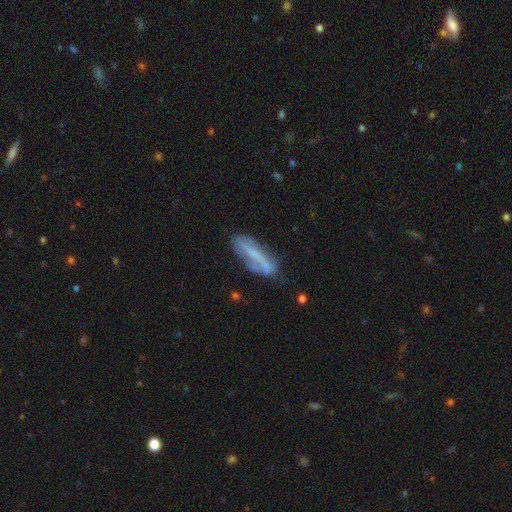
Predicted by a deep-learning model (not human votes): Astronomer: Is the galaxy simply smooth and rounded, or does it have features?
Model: featured or disk — 48% (runner-up: smooth, 42%).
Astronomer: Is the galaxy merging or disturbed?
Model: none — 72%.